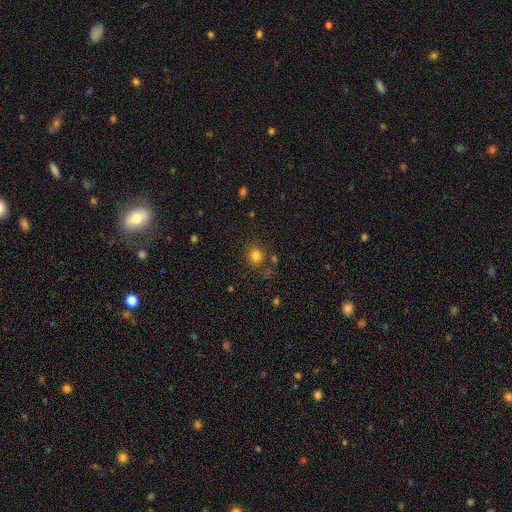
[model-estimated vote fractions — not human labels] Morphology: type=smooth (81%); roundness=round (88%); merging=none (77%).